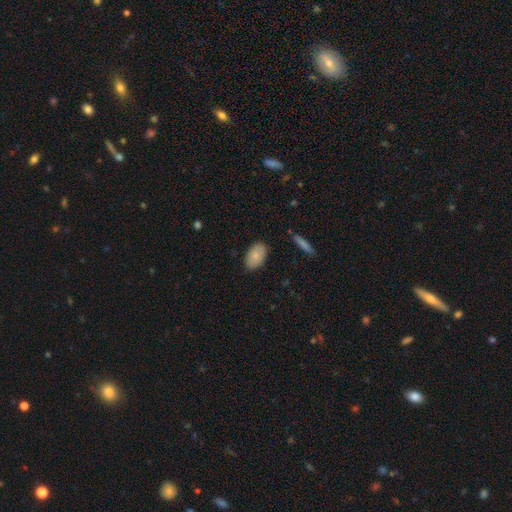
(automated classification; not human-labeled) A smooth galaxy with no disk features (83%) that is in between round and cigar-shaped (93%).

Vote fractions:
- Smooth or featured? smooth: 83% / featured or disk: 11% / star or artifact: 6%
- How rounded? in between: 93% / round: 6% / cigar-shaped: 2%
- Merging? none: 85% / minor disturbance: 11% / major disturbance: 2% / merger: 1%